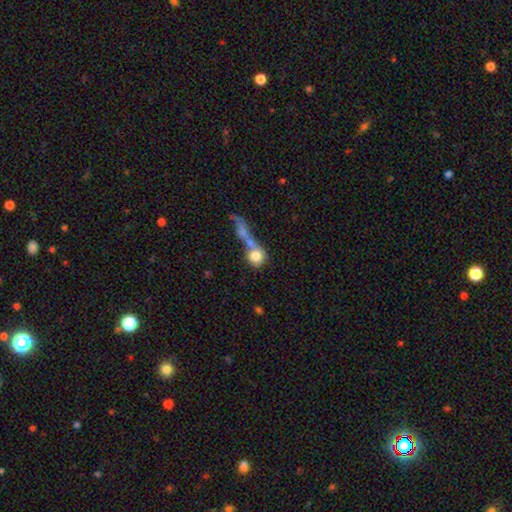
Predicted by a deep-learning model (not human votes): Morphology: type=smooth (75%); roundness=round (82%); merging=merger (49%).